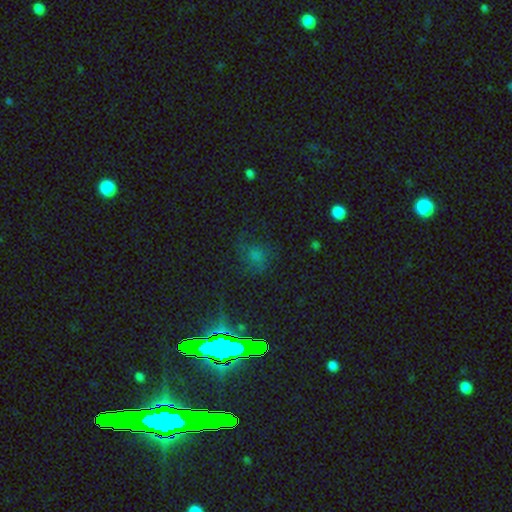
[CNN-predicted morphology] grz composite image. It shows a smooth galaxy with no disk features (50%). Merging: none (60%).